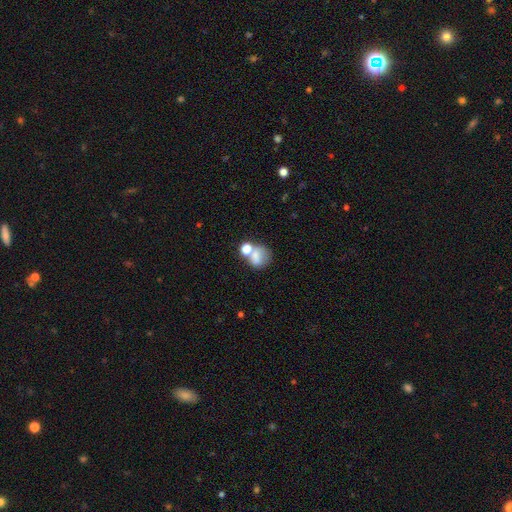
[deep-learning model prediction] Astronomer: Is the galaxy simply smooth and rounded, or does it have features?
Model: smooth — 68%.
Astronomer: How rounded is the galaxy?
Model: round — 67%.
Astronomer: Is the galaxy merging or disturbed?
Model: none — 38% (runner-up: merger, 37%).